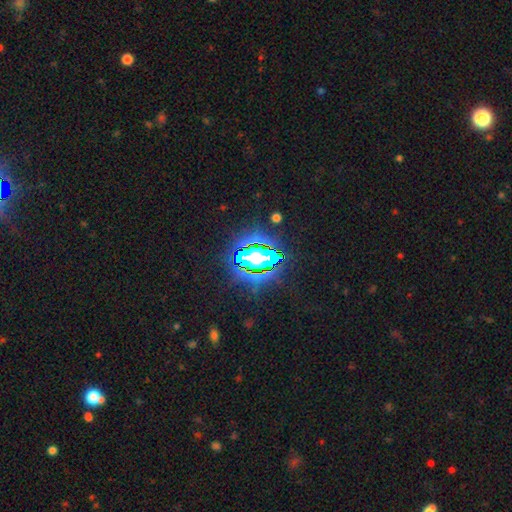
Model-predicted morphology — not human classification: Smooth or featured? star or artifact (76%)